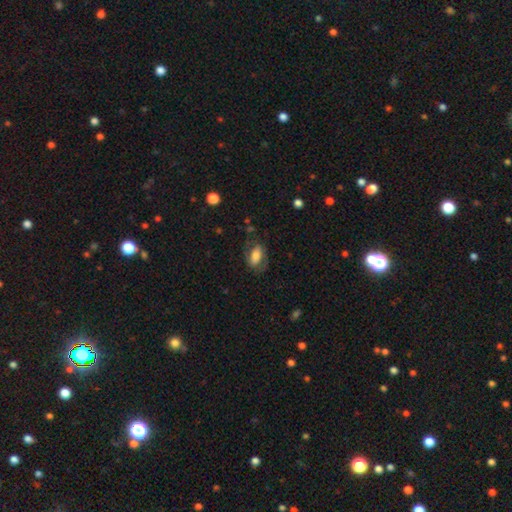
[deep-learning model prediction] The model was most divided on "smooth or featured": smooth: 58%, featured or disk: 35%, star or artifact: 7%. More confident: how rounded — in between (88%); merging — none (63%).